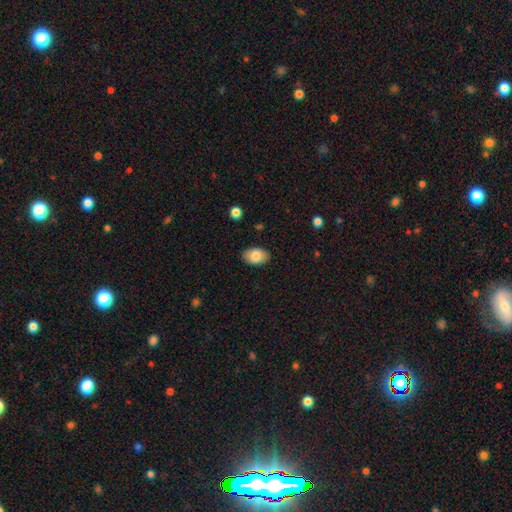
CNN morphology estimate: This appears to be a smooth galaxy with no disk features (83%) that is in between round and cigar-shaped (89%). Merging: none (87%).